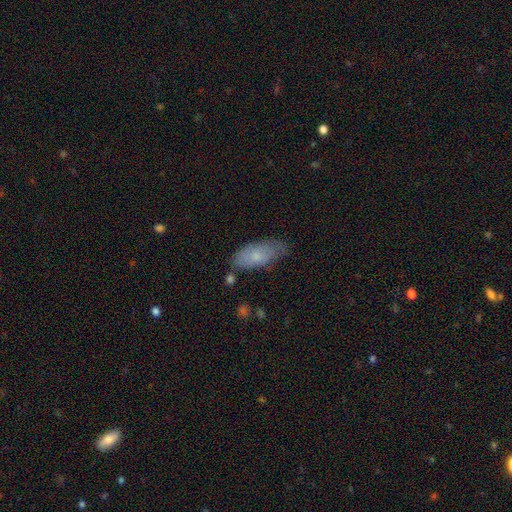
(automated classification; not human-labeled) Morphology: type=smooth (68%); roundness=in between (84%); merging=none (62%).